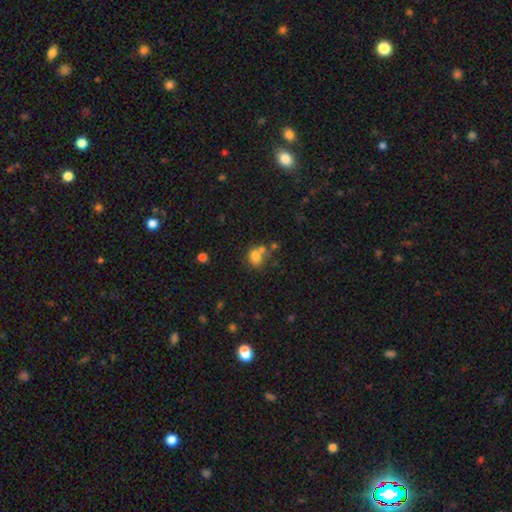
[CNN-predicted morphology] A smooth galaxy with no disk features (74%) that is round (55%).

Vote fractions:
- Smooth or featured? smooth: 74% / star or artifact: 13% / featured or disk: 12%
- How rounded? round: 55% / in between: 44% / cigar-shaped: 1%
- Merging? none: 40% / merger: 39% / minor disturbance: 14% / major disturbance: 7%